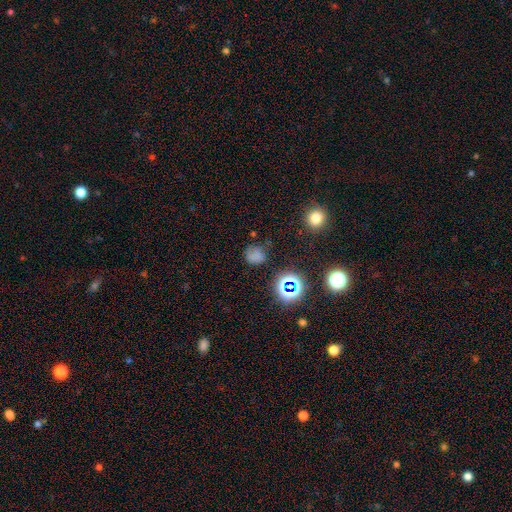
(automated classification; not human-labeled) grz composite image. It shows a smooth galaxy with no disk features (59%) that is round (74%). Merging: none (61%).